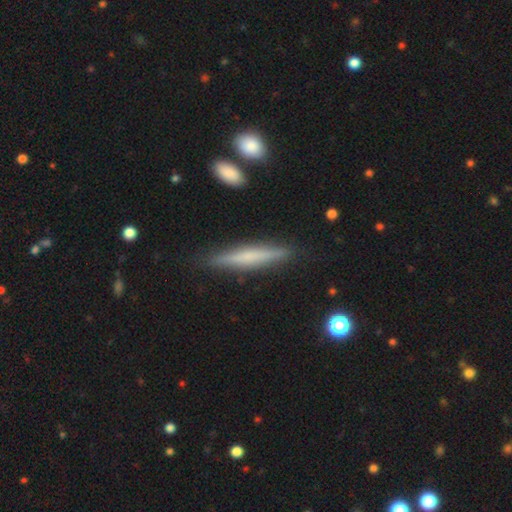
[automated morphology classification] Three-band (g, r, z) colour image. It shows a featured or disk galaxy (47%). Merging: none (88%).